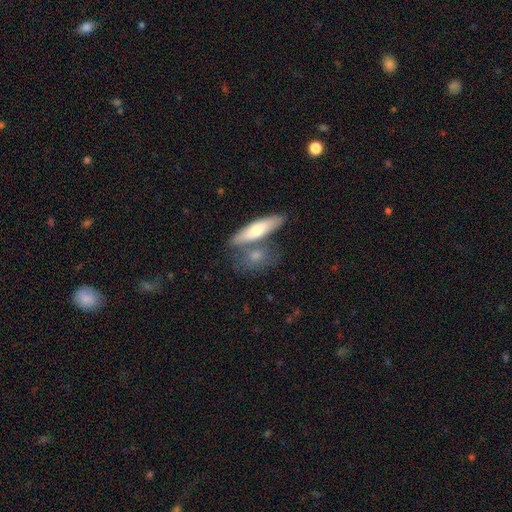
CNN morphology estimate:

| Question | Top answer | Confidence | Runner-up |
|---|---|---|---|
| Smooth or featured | smooth | 61% | featured or disk (32%) |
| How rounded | cigar-shaped | 50% | in between (42%) |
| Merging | none | 49% | merger (33%) |